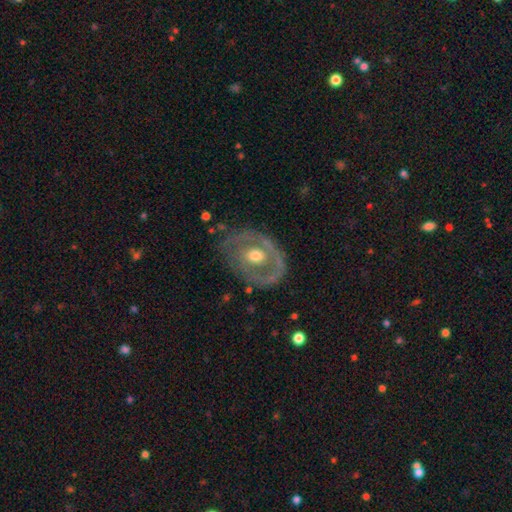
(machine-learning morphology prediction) Smooth or featured? Predicted: featured or disk (p=0.69). Edge-on disk? Predicted: no (p=0.95). Bar? Predicted: no (p=0.79). Spiral arms? Predicted: no (p=0.62). Bulge size? Predicted: moderate (p=0.74). Merging? Predicted: none (p=0.64).